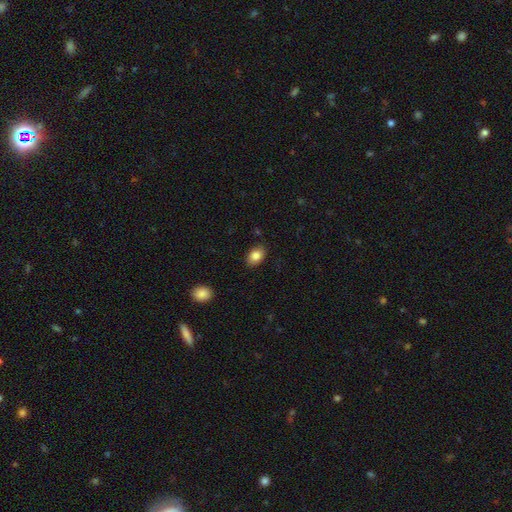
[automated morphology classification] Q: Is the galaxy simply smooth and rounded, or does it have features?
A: smooth — 85%.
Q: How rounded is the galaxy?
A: in between — 83%.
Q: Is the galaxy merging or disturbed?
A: none — 86%.